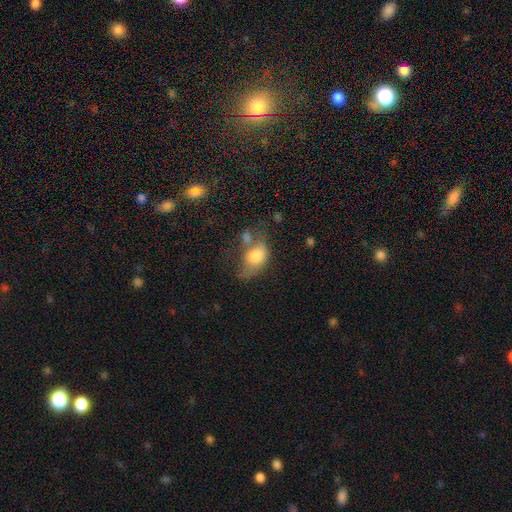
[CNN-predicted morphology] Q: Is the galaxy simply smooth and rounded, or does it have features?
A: smooth — 70%.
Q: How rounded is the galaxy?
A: in between — 82%.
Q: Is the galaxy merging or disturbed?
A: minor disturbance — 26%, tied with major disturbance and none.